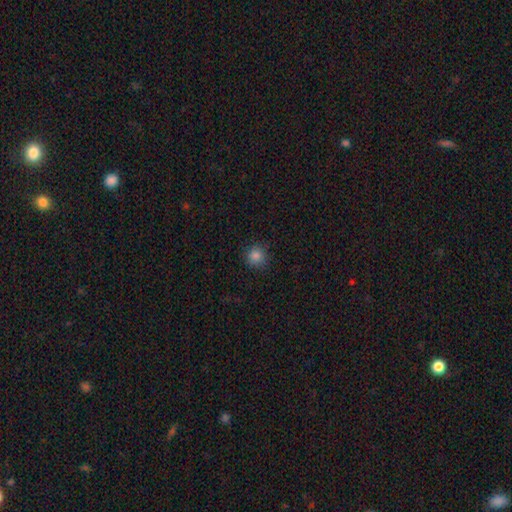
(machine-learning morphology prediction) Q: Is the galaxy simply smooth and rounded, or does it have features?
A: smooth — 84%.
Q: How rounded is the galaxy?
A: round — 93%.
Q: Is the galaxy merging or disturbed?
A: none — 89%.